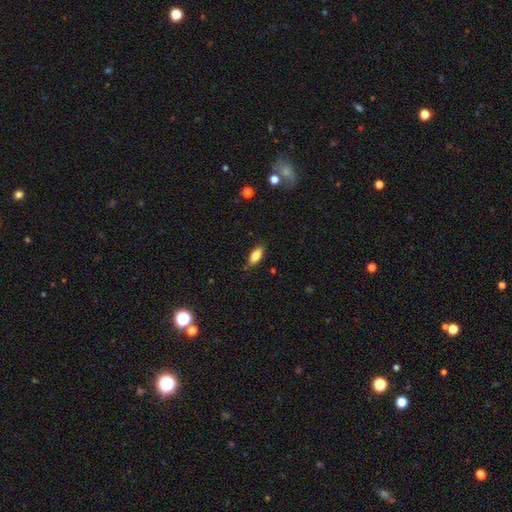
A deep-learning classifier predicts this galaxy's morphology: smooth 80%, featured or disk 13%, star or artifact 8%. Down the decision tree: how rounded — in between (85%); merging — none (83%).